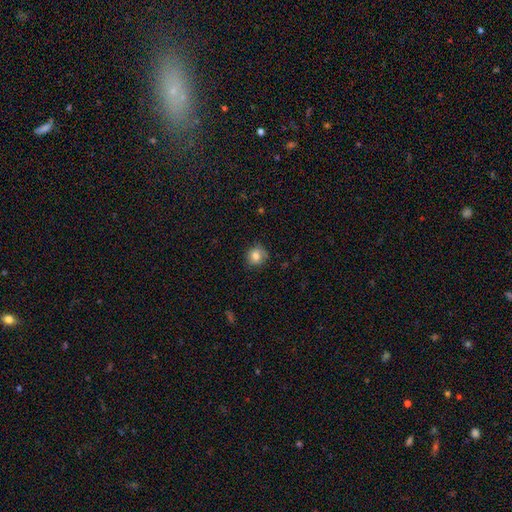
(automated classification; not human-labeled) This appears to be a smooth galaxy with no disk features (81%) that is round (86%). Merging: none (79%).